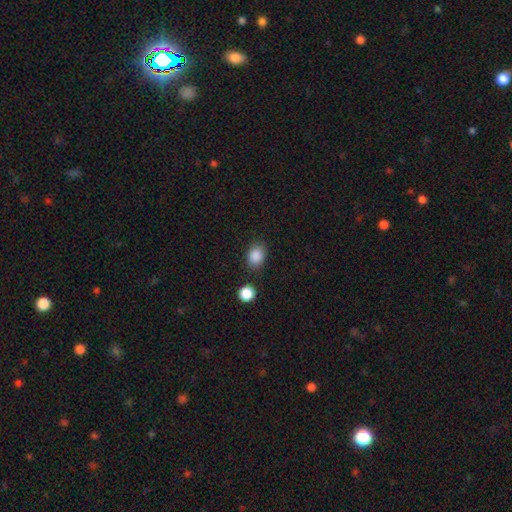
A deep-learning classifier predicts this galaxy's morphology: This appears to be a smooth galaxy with no disk features (87%) that is in between round and cigar-shaped (64%). Merging: none (78%).